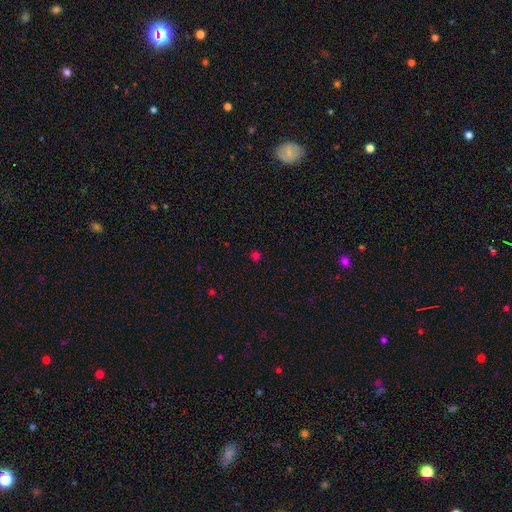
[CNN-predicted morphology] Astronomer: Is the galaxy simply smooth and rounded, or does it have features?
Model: smooth — 67%.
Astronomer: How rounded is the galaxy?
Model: round — 89%.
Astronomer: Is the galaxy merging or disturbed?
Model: none — 87%.